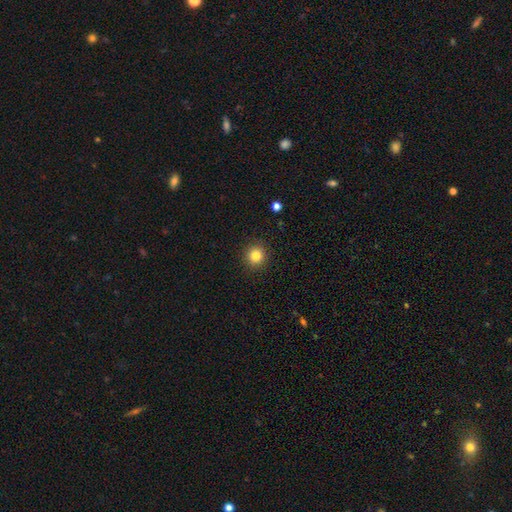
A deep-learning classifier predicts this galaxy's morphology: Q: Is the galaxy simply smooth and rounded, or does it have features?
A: smooth — 83%.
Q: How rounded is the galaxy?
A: round — 92%.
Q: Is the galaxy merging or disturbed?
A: none — 91%.